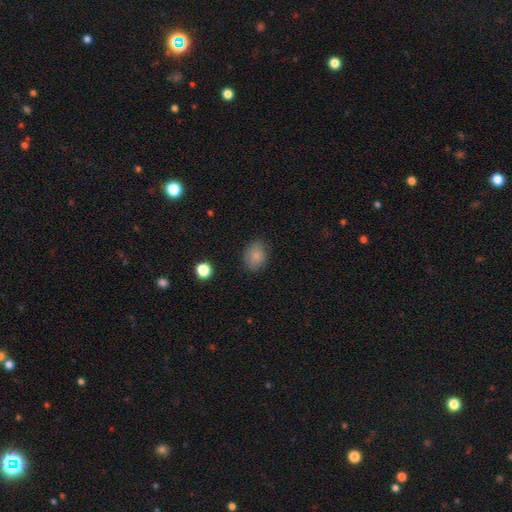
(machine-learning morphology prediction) This appears to be a smooth galaxy with no disk features (84%) that is in between round and cigar-shaped (65%). Merging: none (82%).